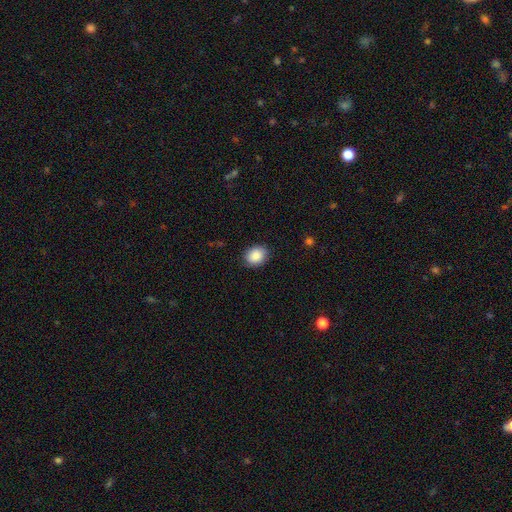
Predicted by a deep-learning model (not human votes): smooth_or_featured: smooth (p=0.88) [alt: star or artifact p=0.08]
how_rounded: in between (p=0.52) [alt: round p=0.47]
merging: none (p=0.87) [alt: minor disturbance p=0.09]